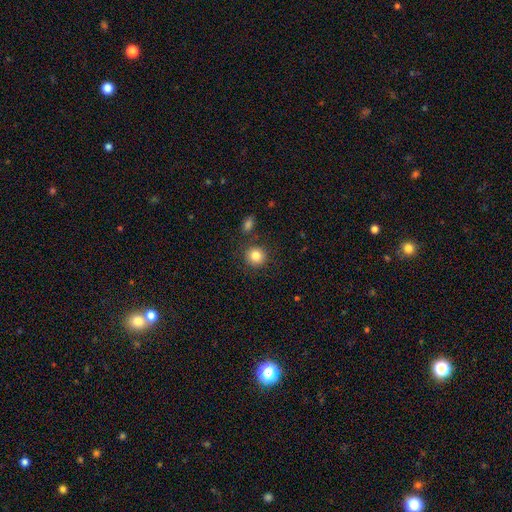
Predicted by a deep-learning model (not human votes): Morphology: type=smooth (84%); roundness=round (90%); merging=none (85%).